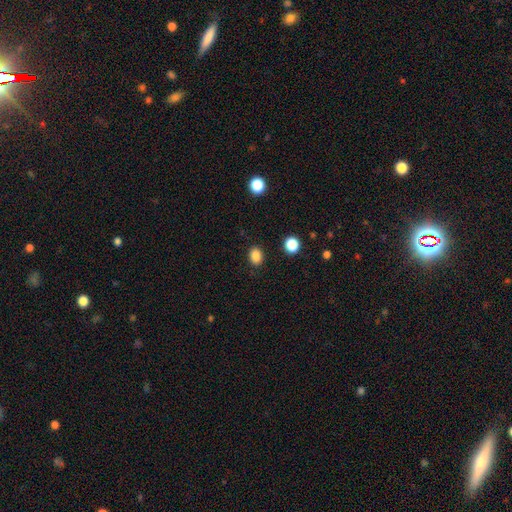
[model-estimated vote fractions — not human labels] Smooth or featured? smooth (86%)
How rounded? in between (63%)
Merging? none (88%)